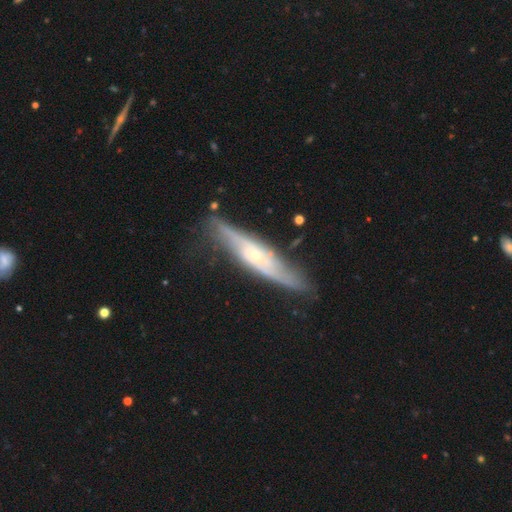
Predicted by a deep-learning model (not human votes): Overall: featured or disk (74%). Edge-on disk: yes (58%; no 42%). Merging: none (74%).